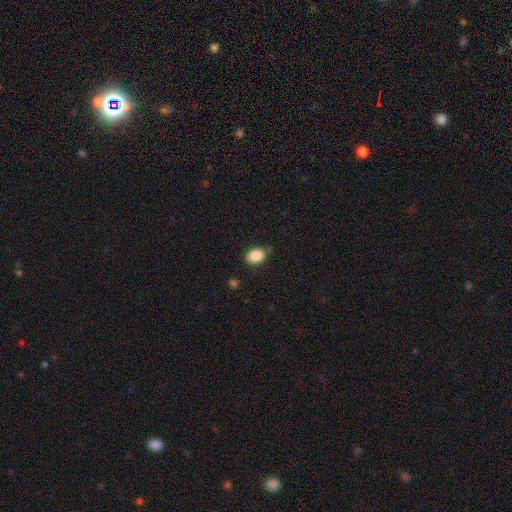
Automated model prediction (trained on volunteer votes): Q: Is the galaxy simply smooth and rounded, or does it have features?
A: smooth — 87%.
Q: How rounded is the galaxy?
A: in between — 69%.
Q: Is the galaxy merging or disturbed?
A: none — 78%.